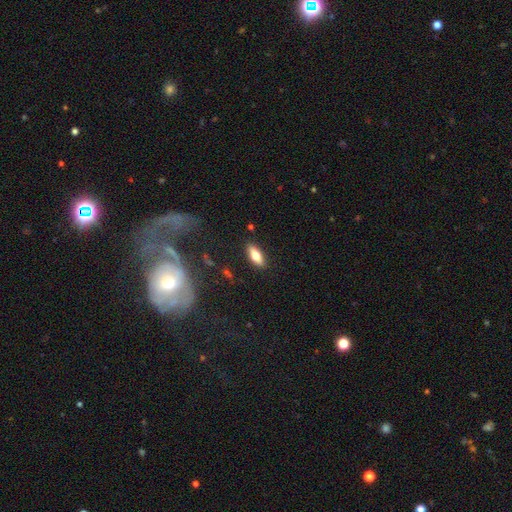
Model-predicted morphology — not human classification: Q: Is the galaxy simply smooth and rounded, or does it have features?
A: smooth — 65%.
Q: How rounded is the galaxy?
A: in between — 72%.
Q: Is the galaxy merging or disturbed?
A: none — 87%.